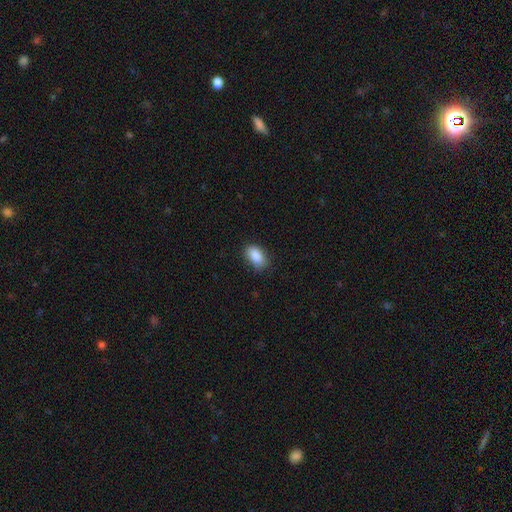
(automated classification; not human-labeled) This is clearly a smooth galaxy (87%). How rounded: clearly in between (90%). Merging: clearly none (81%).